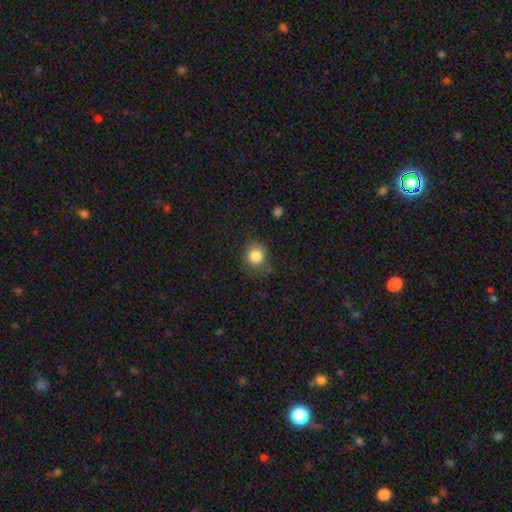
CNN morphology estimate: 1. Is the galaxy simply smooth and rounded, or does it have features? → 84% smooth, 10% star or artifact, 6% featured or disk.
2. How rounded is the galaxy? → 82% round, 17% in between, 1% cigar-shaped.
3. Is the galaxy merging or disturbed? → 70% none, 21% minor disturbance, 8% major disturbance, 2% merger.